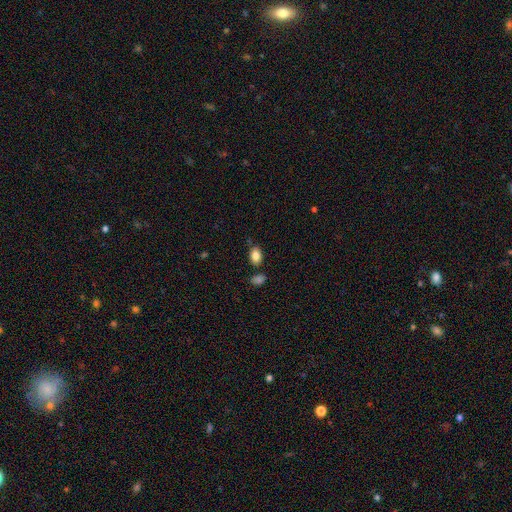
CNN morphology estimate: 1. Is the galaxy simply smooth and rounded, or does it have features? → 84% smooth, 9% star or artifact, 7% featured or disk.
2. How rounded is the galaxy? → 82% in between, 16% round, 1% cigar-shaped.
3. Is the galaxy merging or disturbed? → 75% none, 15% minor disturbance, 7% merger, 3% major disturbance.